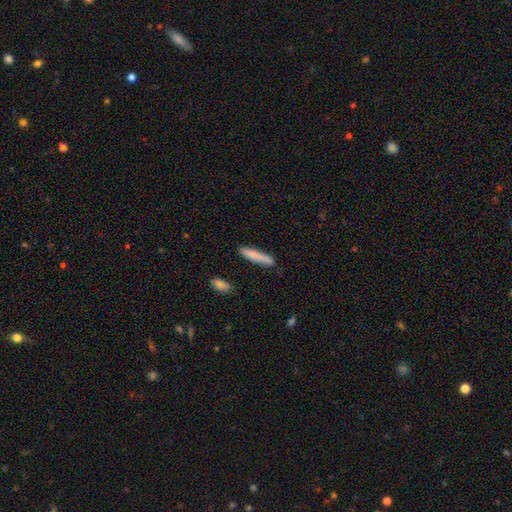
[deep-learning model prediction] This appears to be a smooth galaxy with no disk features (78%) that is cigar-shaped (91%). Merging: none (83%).